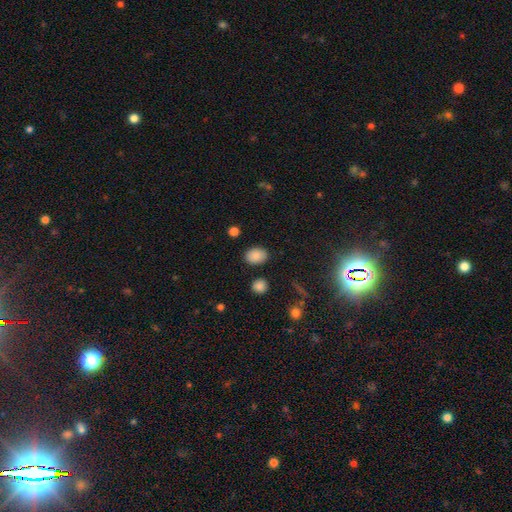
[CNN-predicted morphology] Smooth or featured? Predicted: smooth (p=0.85). How rounded? Predicted: in between (p=0.73). Merging? Predicted: none (p=0.86).